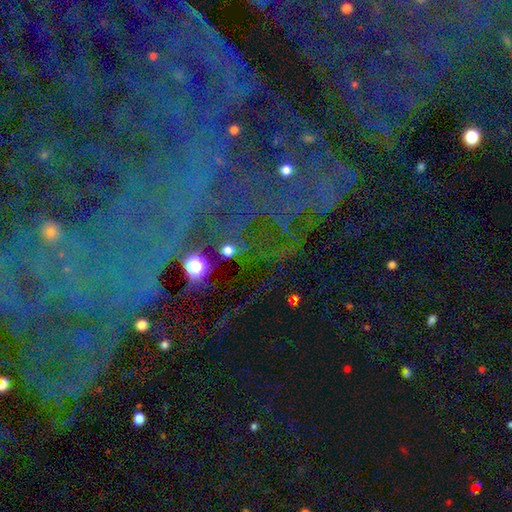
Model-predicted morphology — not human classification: Smooth or featured? Predicted: star or artifact (p=0.75).